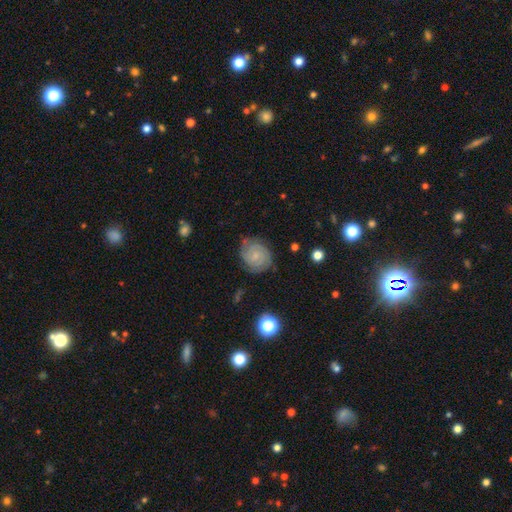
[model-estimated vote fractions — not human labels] featured or disk 69%, smooth 23%, star or artifact 8%. Down the decision tree: edge-on disk — no (98%); bar — no (61%); spiral arms — yes (93%); spiral arm count — 2 (40%); spiral winding — tight (68%); bulge size — small (70%); merging — none (74%).